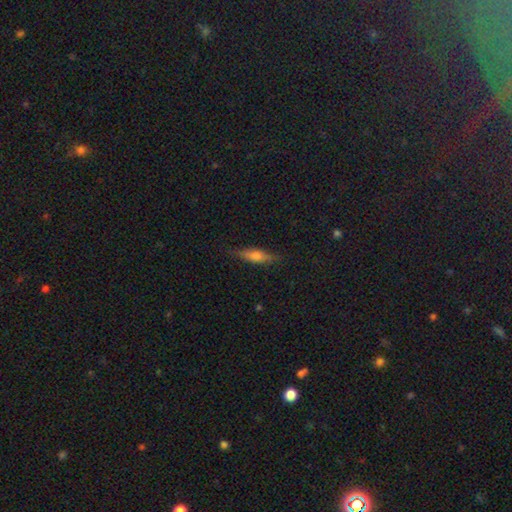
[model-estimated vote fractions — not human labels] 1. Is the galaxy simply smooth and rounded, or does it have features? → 53% smooth, 39% featured or disk, 8% star or artifact.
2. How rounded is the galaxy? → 69% cigar-shaped, 28% in between, 3% round.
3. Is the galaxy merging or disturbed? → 84% none, 12% minor disturbance, 3% major disturbance, 1% merger.